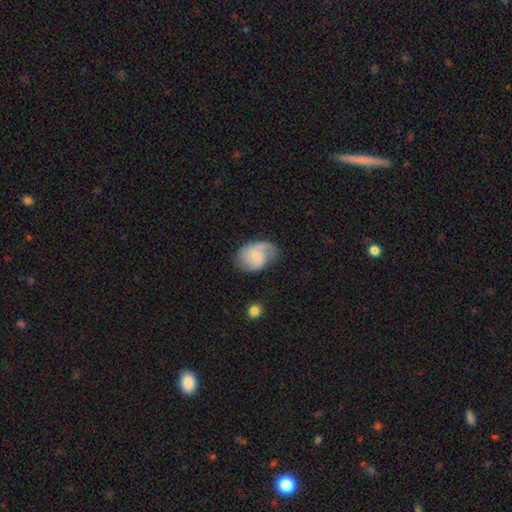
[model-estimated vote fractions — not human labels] Smooth or featured? Predicted: featured or disk (p=0.57). Edge-on disk? Predicted: no (p=0.97). Bar? Predicted: no (p=0.63). Spiral arms? Predicted: yes (p=0.89). Bulge size? Predicted: small (p=0.62). Merging? Predicted: none (p=0.57).